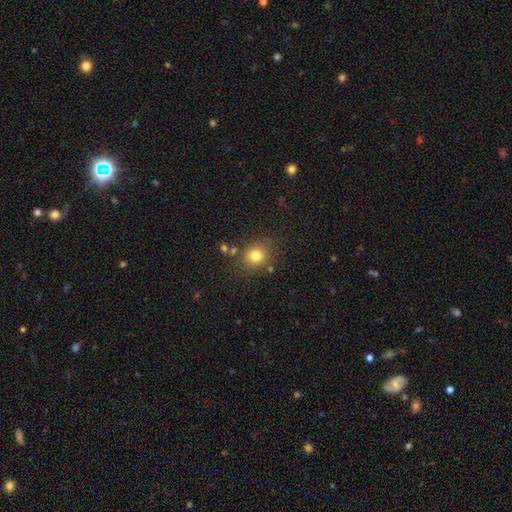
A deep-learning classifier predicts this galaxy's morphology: Q: Smooth or featured?
A: smooth (79%); runner-up: star or artifact (13%)
Q: How rounded?
A: round (79%); runner-up: in between (20%)
Q: Merging?
A: none (80%); runner-up: minor disturbance (11%)